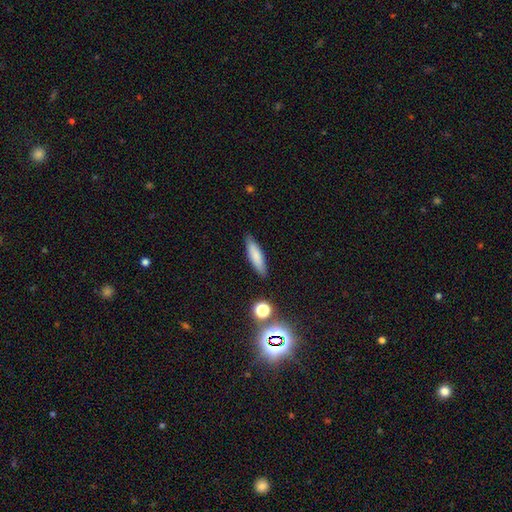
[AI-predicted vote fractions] This appears to be a smooth galaxy with no disk features (80%) that is cigar-shaped (69%). Merging: none (86%).